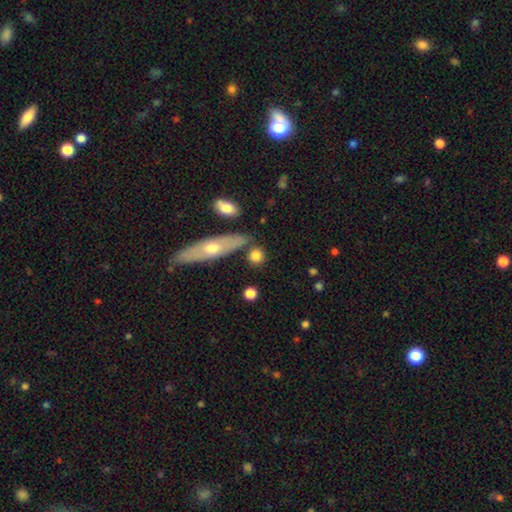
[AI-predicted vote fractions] The model was most divided on "how rounded": round: 75%, in between: 17%, cigar-shaped: 8%. More confident: smooth or featured — smooth (81%); merging — none (73%).